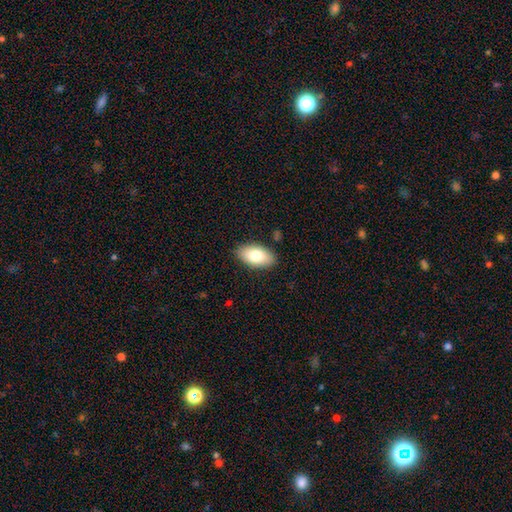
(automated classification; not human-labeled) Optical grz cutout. It shows a smooth galaxy with no disk features (79%) that is in between round and cigar-shaped (94%). Merging: none (86%).